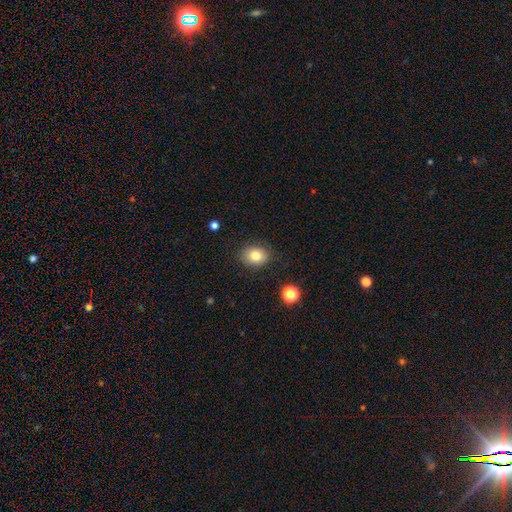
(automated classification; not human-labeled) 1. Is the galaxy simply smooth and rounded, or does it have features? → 80% smooth, 10% star or artifact, 9% featured or disk.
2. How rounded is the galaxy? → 54% round, 45% in between, 1% cigar-shaped.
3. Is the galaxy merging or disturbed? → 85% none, 11% minor disturbance, 3% major disturbance, 2% merger.